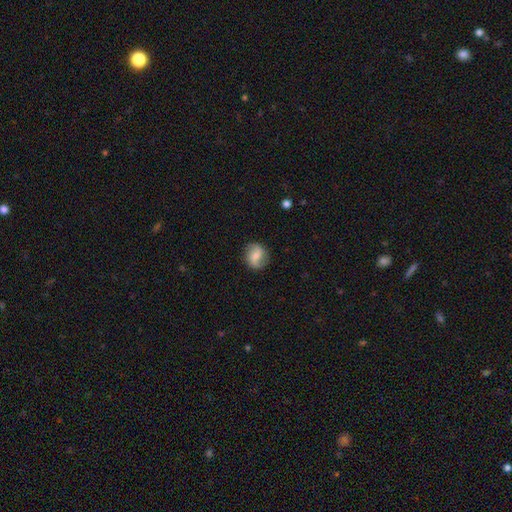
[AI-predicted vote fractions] smooth-or-featured: featured or disk: 54% | smooth: 39% | star or artifact: 8%
  disk-edge-on: no: 97% | yes: 3%
    bar: weak: 46% | no: 33% | strong: 21%
    has-spiral-arms: yes: 89% | no: 11%
    bulge-size: small: 39% (tied) | moderate: 39% (tied) | none: 15% | large: 6% | dominant: 2%
  merging: none: 82% | minor disturbance: 13% | major disturbance: 4% | merger: 1%